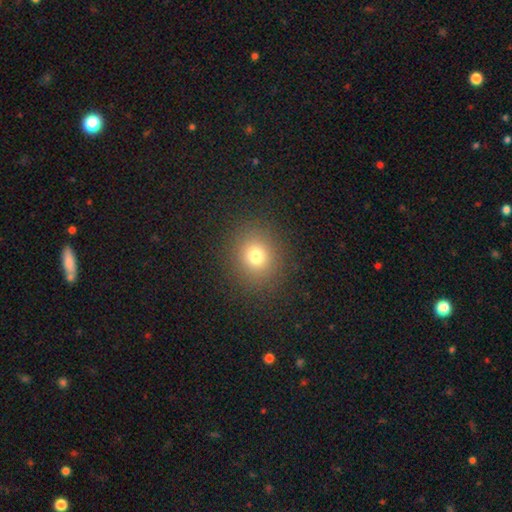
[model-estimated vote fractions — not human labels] A smooth galaxy with no disk features (75%) that is round (81%).

Vote fractions:
- Smooth or featured? smooth: 75% / star or artifact: 16% / featured or disk: 9%
- How rounded? round: 81% / in between: 18% / cigar-shaped: 1%
- Merging? none: 88% / minor disturbance: 7% / major disturbance: 4% / merger: 1%